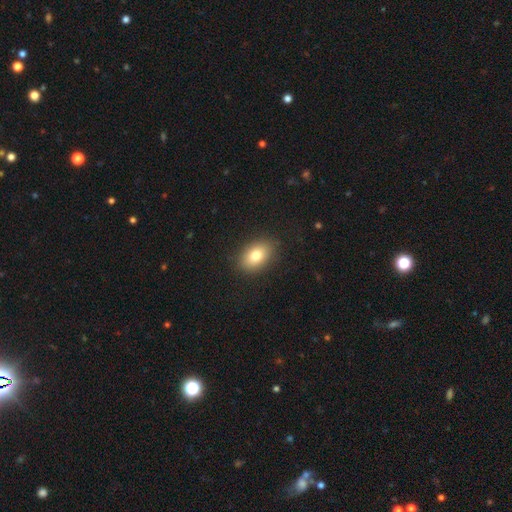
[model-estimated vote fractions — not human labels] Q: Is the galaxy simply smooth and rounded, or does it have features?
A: smooth — 79%.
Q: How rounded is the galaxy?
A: in between — 84%.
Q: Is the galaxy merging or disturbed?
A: none — 88%.